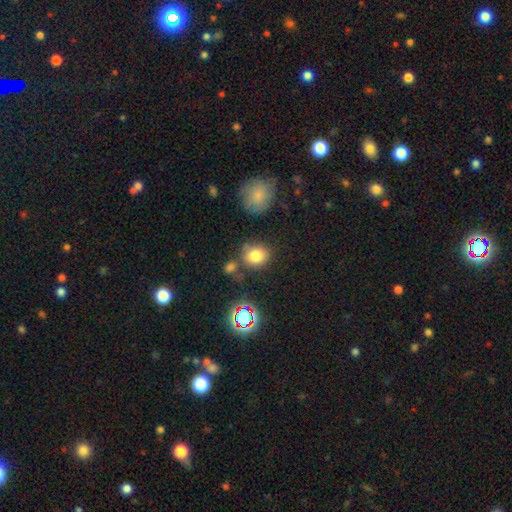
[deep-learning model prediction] Smooth or featured? Predicted: smooth (p=0.78). How rounded? Predicted: round (p=0.69). Merging? Predicted: none (p=0.68).